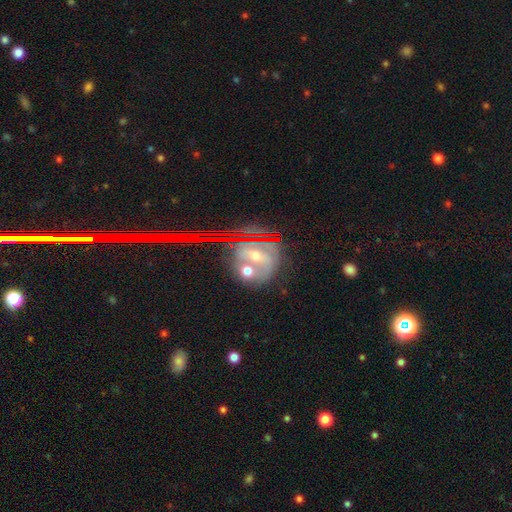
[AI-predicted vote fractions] Smooth or featured? featured or disk (45%)
Merging? none (48%)